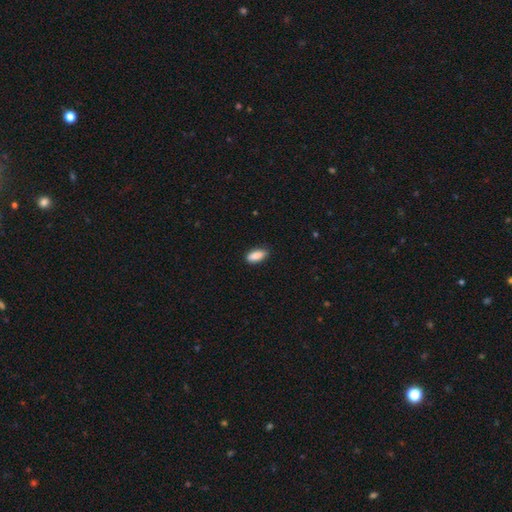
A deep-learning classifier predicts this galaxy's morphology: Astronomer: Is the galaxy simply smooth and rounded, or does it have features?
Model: smooth — 89%.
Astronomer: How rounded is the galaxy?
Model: in between — 86%.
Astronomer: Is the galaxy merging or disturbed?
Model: none — 83%.